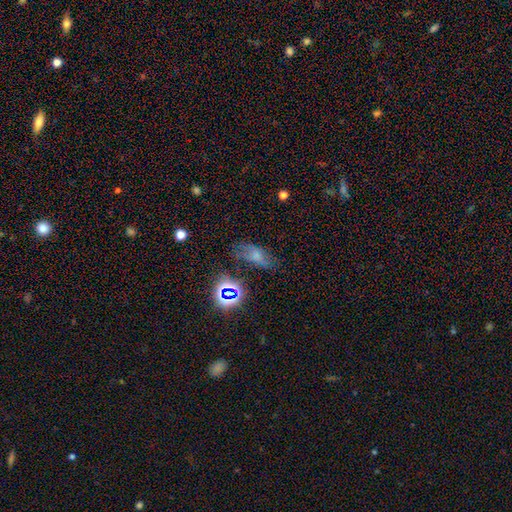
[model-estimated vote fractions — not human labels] smooth-or-featured: smooth: 56% | star or artifact: 25% | featured or disk: 19%
  how-rounded: in between: 84% | round: 8% | cigar-shaped: 8%
  merging: none: 58% | minor disturbance: 24% | major disturbance: 14% | merger: 4%